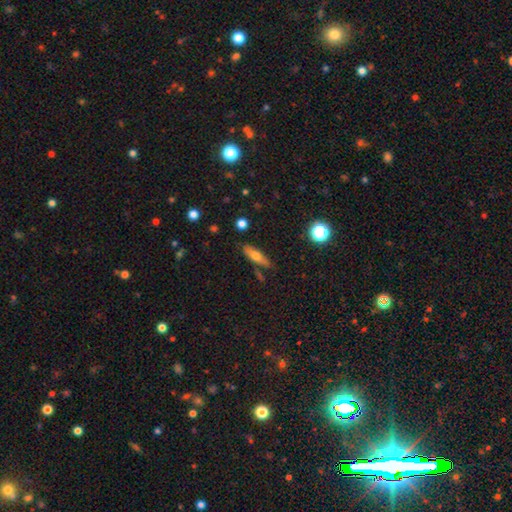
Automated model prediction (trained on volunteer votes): smooth-or-featured: smooth: 60% | featured or disk: 31% | star or artifact: 9%
  how-rounded: cigar-shaped: 56% | in between: 40% | round: 4%
  merging: none: 77% | minor disturbance: 15% | merger: 4% | major disturbance: 4%